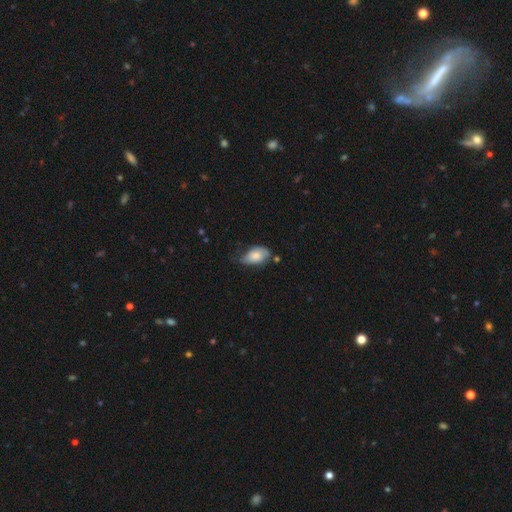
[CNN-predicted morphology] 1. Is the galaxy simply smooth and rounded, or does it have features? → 73% smooth, 21% featured or disk, 7% star or artifact.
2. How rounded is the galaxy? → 92% in between, 6% round, 2% cigar-shaped.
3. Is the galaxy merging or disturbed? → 42% minor disturbance, 41% none, 12% major disturbance, 5% merger.